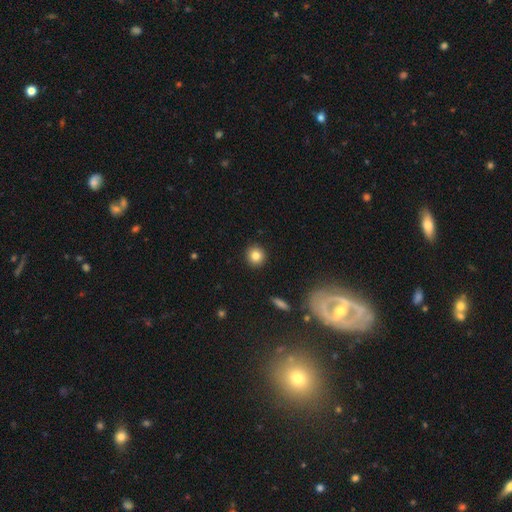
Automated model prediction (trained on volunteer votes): Q: Smooth or featured?
A: smooth (82%); runner-up: star or artifact (10%)
Q: How rounded?
A: round (92%); runner-up: in between (7%)
Q: Merging?
A: none (92%); runner-up: minor disturbance (5%)